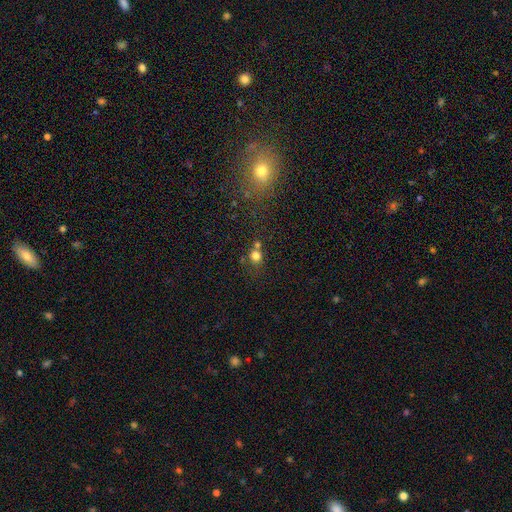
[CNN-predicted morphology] smooth_or_featured: smooth (p=0.76) [alt: star or artifact p=0.16]
how_rounded: round (p=0.85) [alt: in between p=0.14]
merging: none (p=0.58) [alt: merger p=0.27]